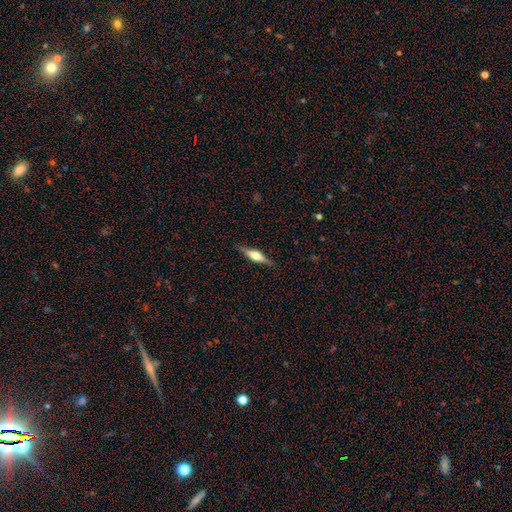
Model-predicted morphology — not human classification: smooth_or_featured: featured or disk (p=0.60) [alt: smooth p=0.33]
disk_edge_on: yes (p=0.96) [alt: no p=0.04]
edge_on_bulge: rounded (p=0.89) [alt: boxy p=0.09]
merging: none (p=0.87) [alt: minor disturbance p=0.10]